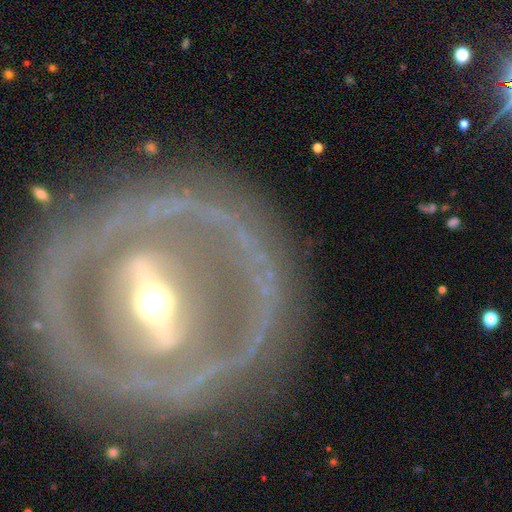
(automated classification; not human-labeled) Overall: featured or disk (84%). Edge-on disk: no (84%). Bar: strong (67%). Spiral arms: no (52%; yes 48%). Bulge size: moderate (66%). Merging: none (76%).